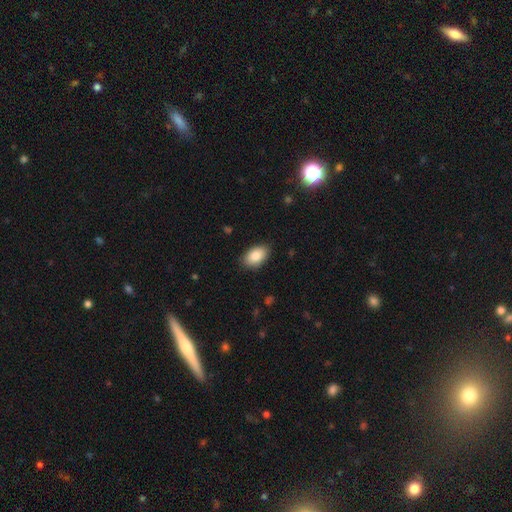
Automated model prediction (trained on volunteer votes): smooth-or-featured: smooth: 85% | featured or disk: 8% | star or artifact: 7%
  how-rounded: in between: 92% | round: 6% | cigar-shaped: 1%
  merging: none: 86% | minor disturbance: 11% | major disturbance: 2% | merger: 1%